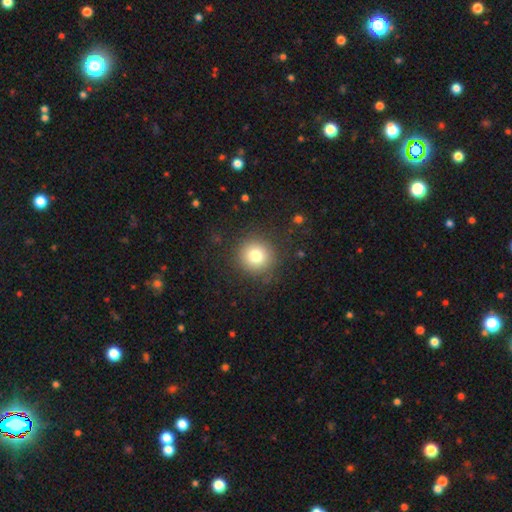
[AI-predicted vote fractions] Overall: smooth (78%). How rounded: round (94%). Merging: none (87%).